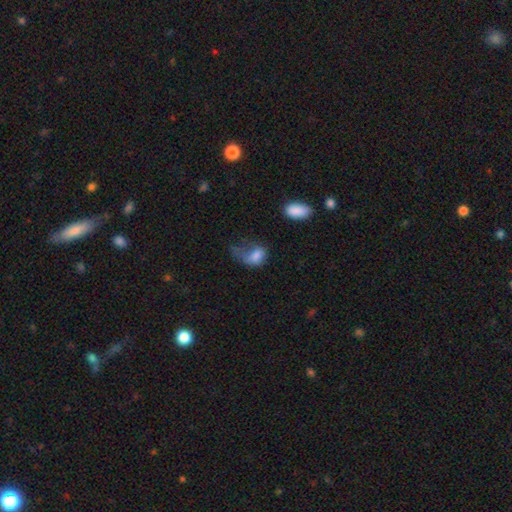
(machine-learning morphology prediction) Q: Smooth or featured?
A: smooth (71%); runner-up: featured or disk (20%)
Q: How rounded?
A: in between (78%); runner-up: round (20%)
Q: Merging?
A: major disturbance (61%); runner-up: minor disturbance (19%)